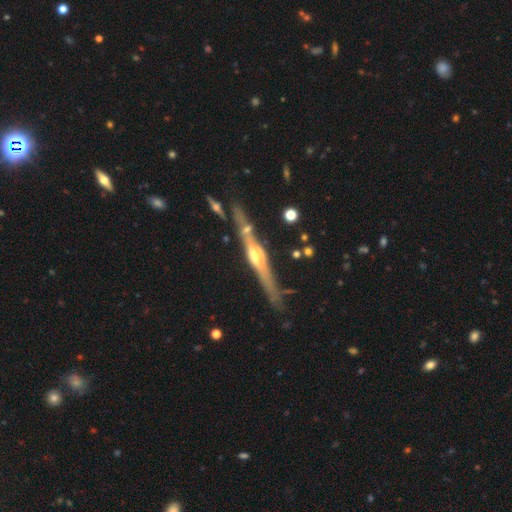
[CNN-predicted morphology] Smooth or featured? featured or disk (80%)
Edge-on disk? yes (96%)
Edge-on bulge? rounded (82%)
Merging? none (75%)